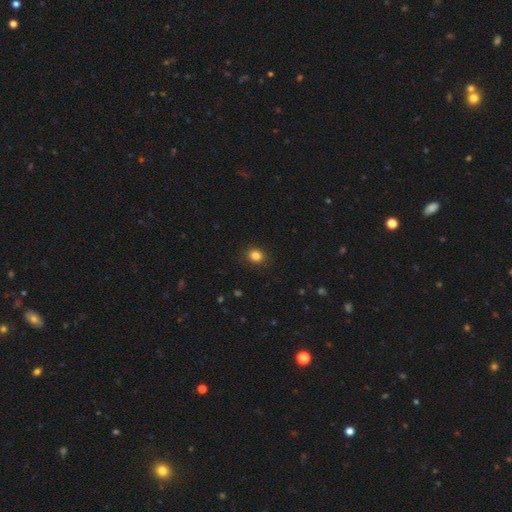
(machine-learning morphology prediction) type=smooth (84%); roundness=round (73%); merging=none (90%).